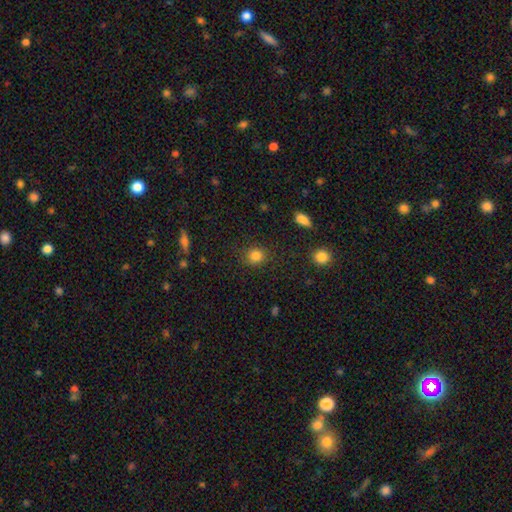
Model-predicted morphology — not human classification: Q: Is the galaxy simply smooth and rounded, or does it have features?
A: smooth — 83%.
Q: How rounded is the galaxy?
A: round — 78%.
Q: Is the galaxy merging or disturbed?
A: none — 85%.